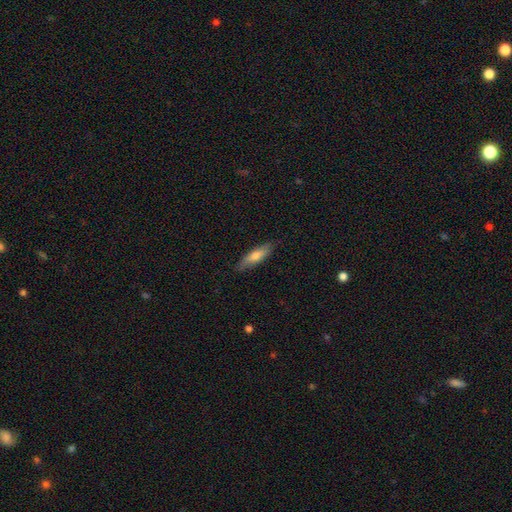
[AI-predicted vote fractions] smooth_or_featured: smooth (p=0.64) [alt: featured or disk p=0.31]
how_rounded: cigar-shaped (p=0.62) [alt: in between p=0.36]
merging: none (p=0.83) [alt: minor disturbance p=0.14]